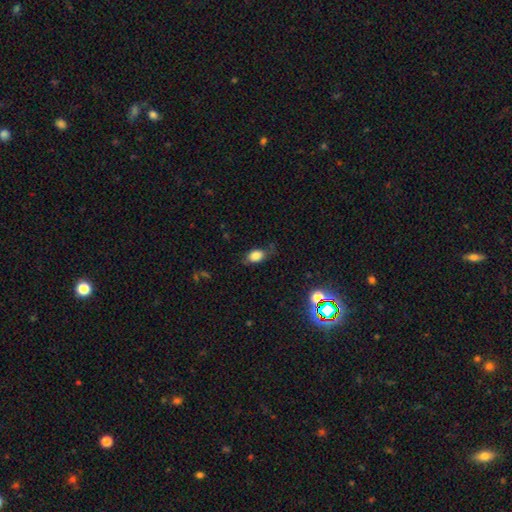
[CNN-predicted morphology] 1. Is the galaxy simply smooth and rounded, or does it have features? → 82% smooth, 10% star or artifact, 9% featured or disk.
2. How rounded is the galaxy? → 84% in between, 14% round, 2% cigar-shaped.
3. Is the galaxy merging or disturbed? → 67% none, 24% minor disturbance, 8% major disturbance, 2% merger.